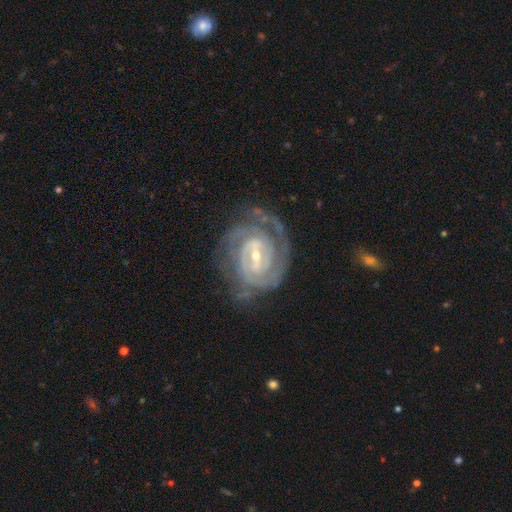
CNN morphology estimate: A featured or disk galaxy (92%) with a weak bar (45%), 2 (47%) tight (76%) spiral arms (98%) and a small central bulge (64%). Merging: none (71%).